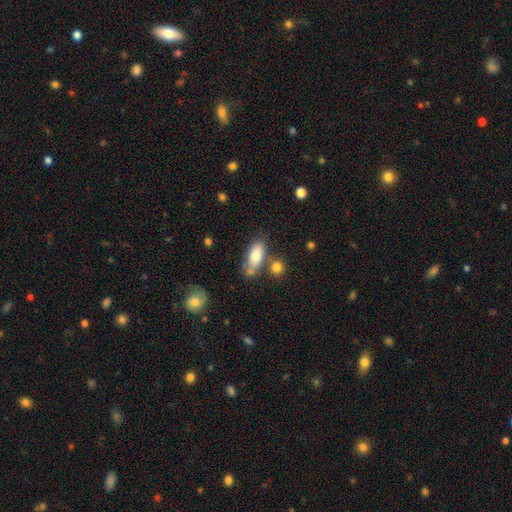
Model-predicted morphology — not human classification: Q: Smooth or featured?
A: smooth (78%); runner-up: featured or disk (15%)
Q: How rounded?
A: in between (84%); runner-up: cigar-shaped (13%)
Q: Merging?
A: none (58%); runner-up: merger (18%)